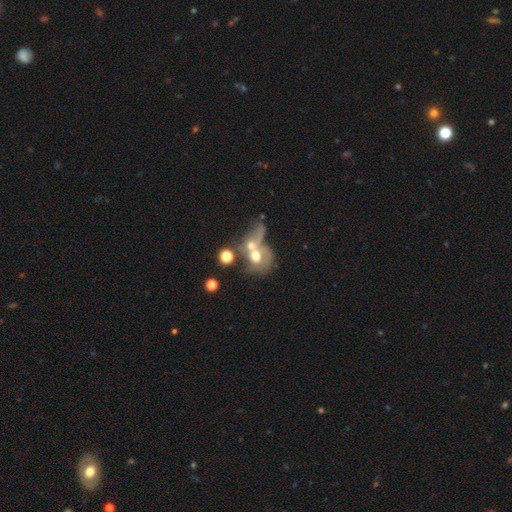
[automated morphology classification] This appears to be a smooth galaxy with no disk features (47%). Merging: merger (65%).